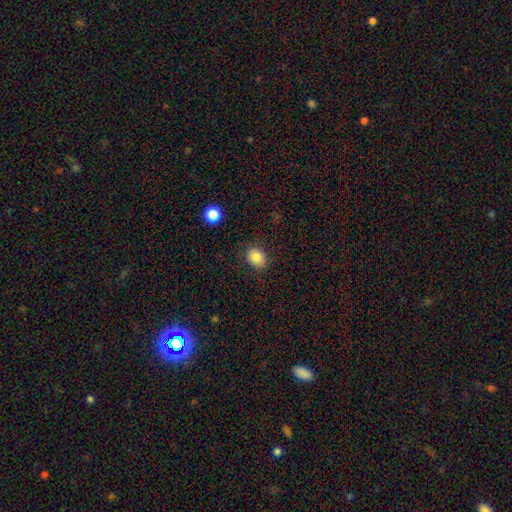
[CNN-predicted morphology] Q: Smooth or featured?
A: smooth (84%); runner-up: star or artifact (10%)
Q: How rounded?
A: round (50%); runner-up: in between (49%)
Q: Merging?
A: none (84%); runner-up: minor disturbance (11%)